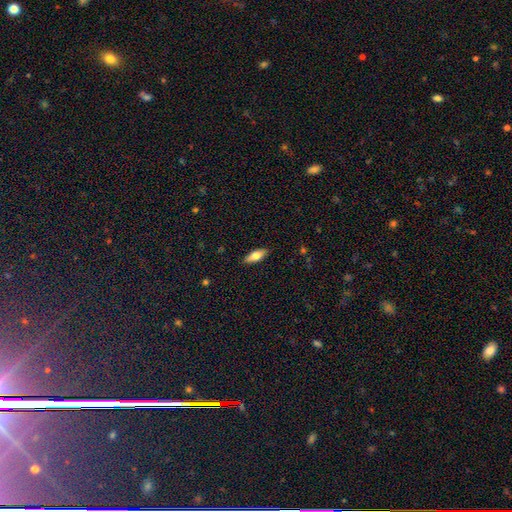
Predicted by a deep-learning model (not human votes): Smooth or featured? smooth (66%)
How rounded? in between (69%)
Merging? none (88%)